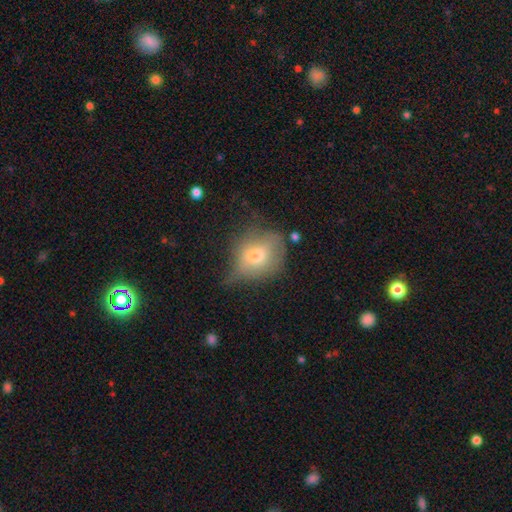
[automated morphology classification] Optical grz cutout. It shows a smooth galaxy with no disk features (59%) that is round (57%). Merging: none (44%).